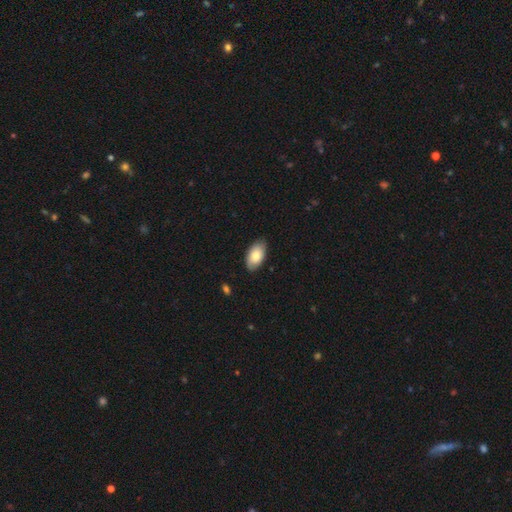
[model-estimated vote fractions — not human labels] Smooth or featured: smooth — 79% (featured or disk — 15%)
How rounded: in between — 95% (round — 3%)
Merging: none — 84% (minor disturbance — 13%)